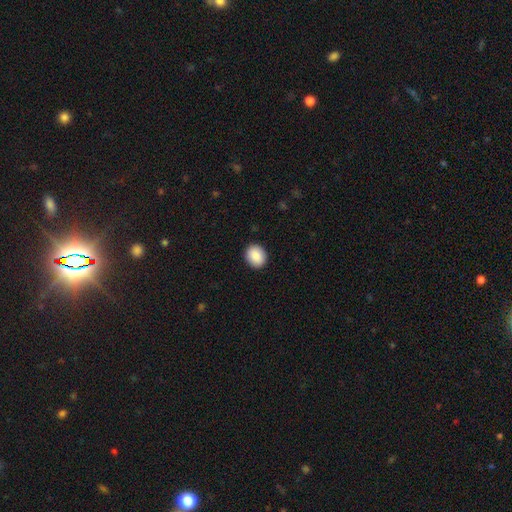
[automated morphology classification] A smooth galaxy with no disk features (89%) that is round (59%). Merging: none (91%).